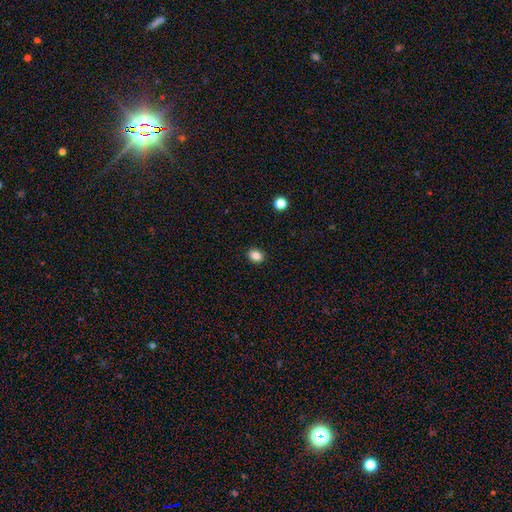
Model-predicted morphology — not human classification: type=smooth (86%); roundness=round (52%); merging=none (91%).